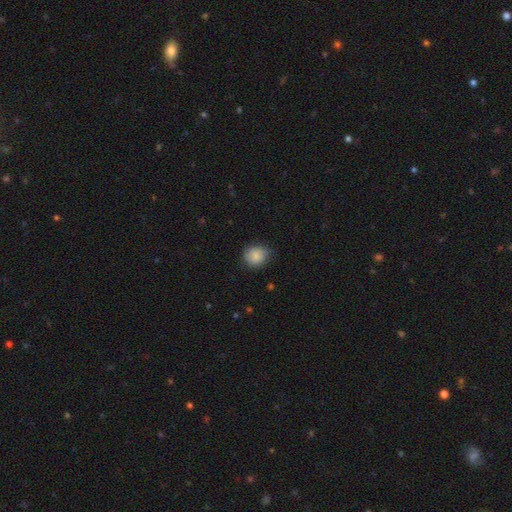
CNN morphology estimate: Smooth or featured?
  - smooth: 86% *
  - star or artifact: 8%
  - featured or disk: 7%
How rounded?
  - round: 74% *
  - in between: 25%
  - cigar-shaped: 1%
Merging?
  - none: 78% *
  - minor disturbance: 17%
  - major disturbance: 4%
  - merger: 1%